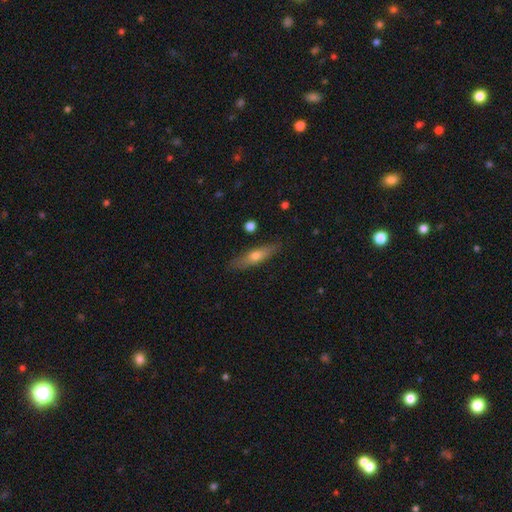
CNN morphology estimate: Smooth or featured? smooth (56%)
How rounded? cigar-shaped (68%)
Merging? none (84%)